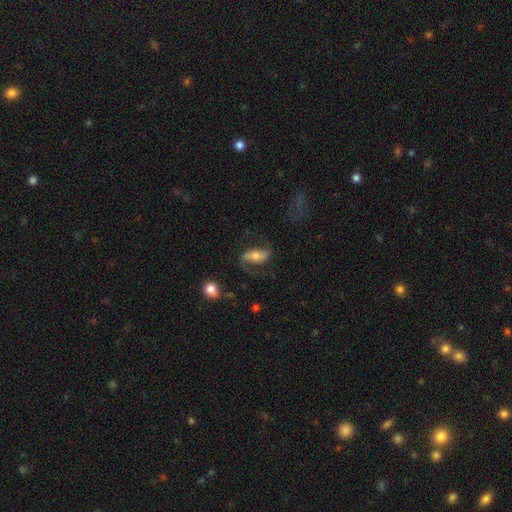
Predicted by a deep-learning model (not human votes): Smooth or featured: featured or disk — 68% (smooth — 25%)
Edge-on disk: no — 90% (yes — 10%)
Bar: strong — 42% (no — 31%)
Spiral arms: yes — 88% (no — 12%)
Spiral winding: loose — 59% (medium — 31%)
Spiral arm count: 2 — 87% (1 — 6%)
Bulge size: moderate — 53% (small — 34%)
Merging: none — 64% (minor disturbance — 17%)